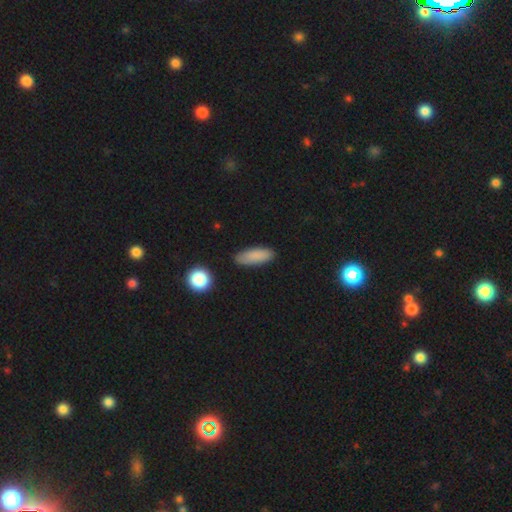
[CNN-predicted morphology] Smooth or featured?
  - smooth: 86% *
  - featured or disk: 7%
  - star or artifact: 7%
How rounded?
  - in between: 67% *
  - cigar-shaped: 30%
  - round: 3%
Merging?
  - none: 84% *
  - minor disturbance: 12%
  - major disturbance: 2%
  - merger: 2%